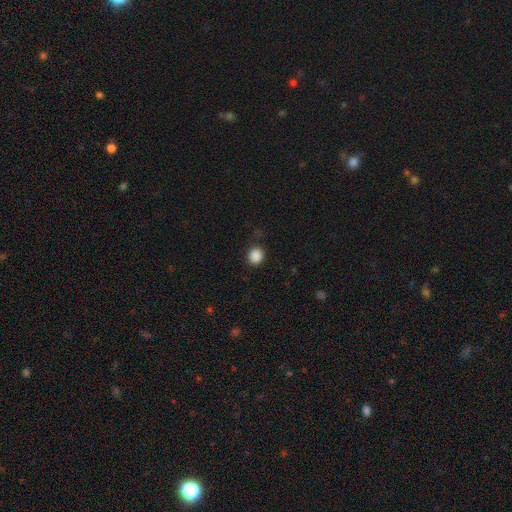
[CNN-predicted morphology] Smooth or featured?
  - smooth: 87% *
  - star or artifact: 10%
  - featured or disk: 3%
How rounded?
  - round: 84% *
  - in between: 15%
  - cigar-shaped: 1%
Merging?
  - none: 87% *
  - minor disturbance: 9%
  - major disturbance: 3%
  - merger: 1%